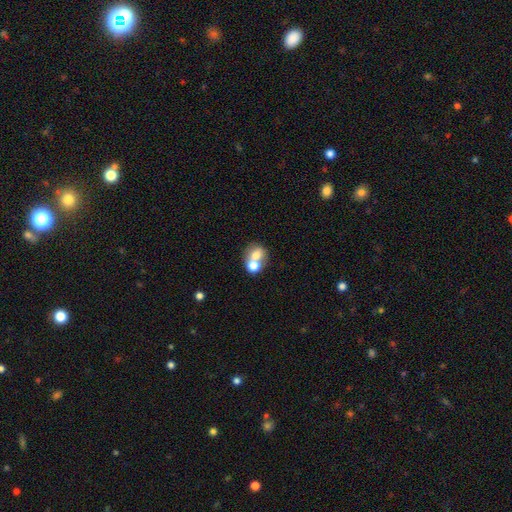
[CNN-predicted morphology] Smooth or featured? smooth (69%)
How rounded? round (60%)
Merging? merger (59%)